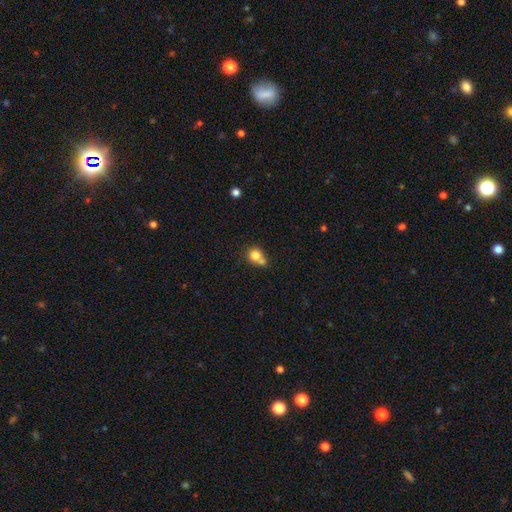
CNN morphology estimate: The model was most divided on "merging": merger: 50%, none: 37%, minor disturbance: 9%, major disturbance: 4%. More confident: how rounded — round (78%); smooth or featured — smooth (78%).